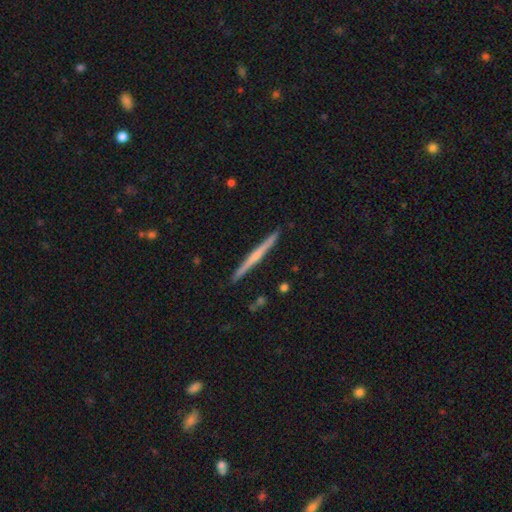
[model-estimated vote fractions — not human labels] This is likely a featured or disk galaxy (63%). It is clearly viewed edge-on (98%). Edge-on bulge: possibly none (46%, tied with rounded). Merging: clearly none (92%).